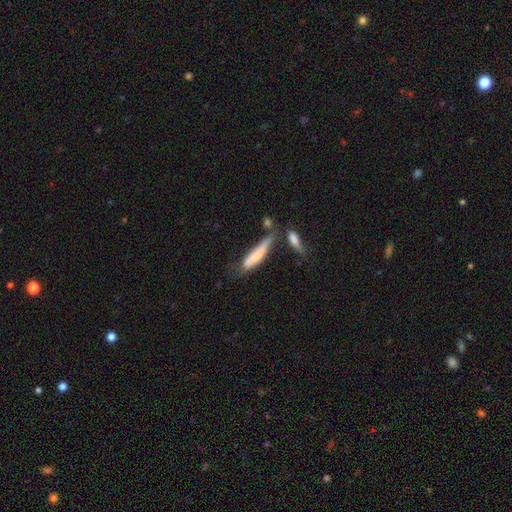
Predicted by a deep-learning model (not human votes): This is likely a smooth galaxy (68%). How rounded: likely cigar-shaped (79%). Merging: marginally none (31%).